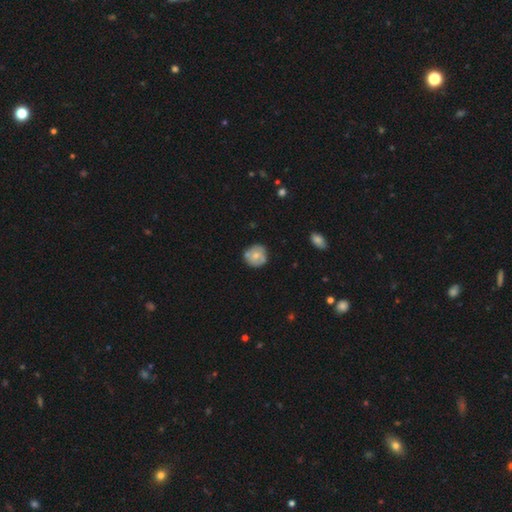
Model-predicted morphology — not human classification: Smooth or featured? smooth (60%)
How rounded? round (89%)
Merging? none (68%)